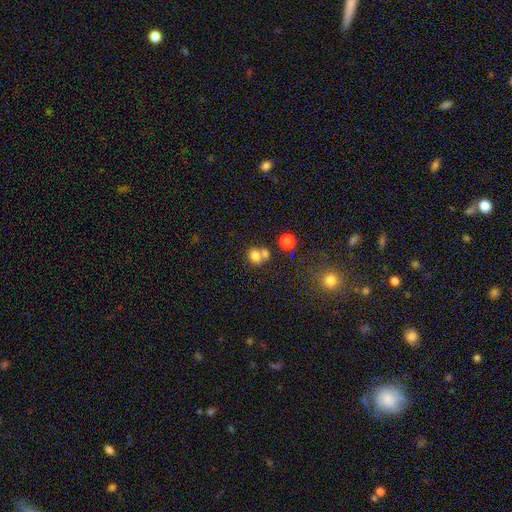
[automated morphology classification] Smooth or featured? smooth (75%)
How rounded? round (63%)
Merging? merger (44%)